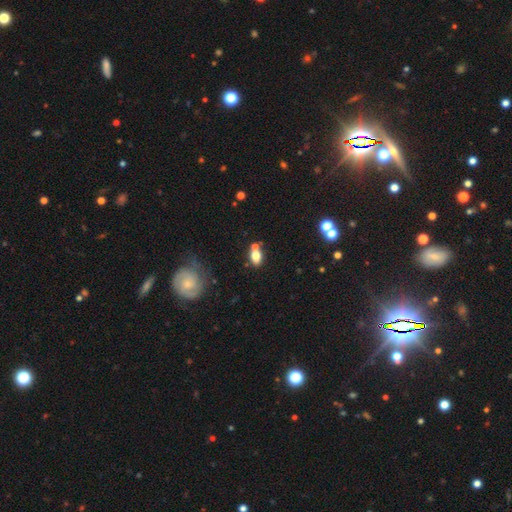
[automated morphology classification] Overall: smooth (74%). How rounded: in between (81%). Merging: none (54%; merger 26%).